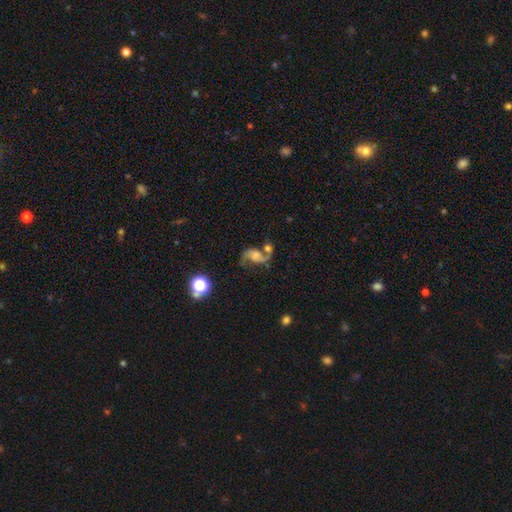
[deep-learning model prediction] A featured or disk galaxy (78%) with no bar (59%), 2 (89%) loose (75%) spiral arms (94%) and no central bulge (32%).

Vote fractions:
- Smooth or featured? featured or disk: 78% / smooth: 12% / star or artifact: 9%
- Edge-on disk? no: 98% / yes: 2%
- Bar? no: 59% / weak: 33% / strong: 8%
- Spiral arms? yes: 94% / no: 6%
- Spiral winding? loose: 75% / medium: 21% / tight: 4%
- Spiral arm count? 2: 89% / 1: 6% / can't tell: 2% / 3: 1% / 4: 1% / more than 4: 1%
- Bulge size? none: 32% / moderate: 25% / small: 22% / large: 18% / dominant: 4%
- Merging? none: 43% / merger: 27% / minor disturbance: 15% / major disturbance: 15%